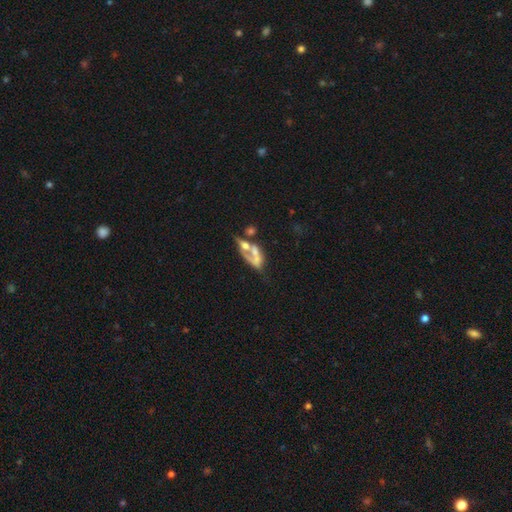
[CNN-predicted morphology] A featured or disk galaxy (53%).

Vote fractions:
- Smooth or featured? featured or disk: 53% / smooth: 34% / star or artifact: 13%
- Edge-on disk? no: 92% / yes: 8%
- Merging? merger: 54% / major disturbance: 22% / none: 15% / minor disturbance: 9%